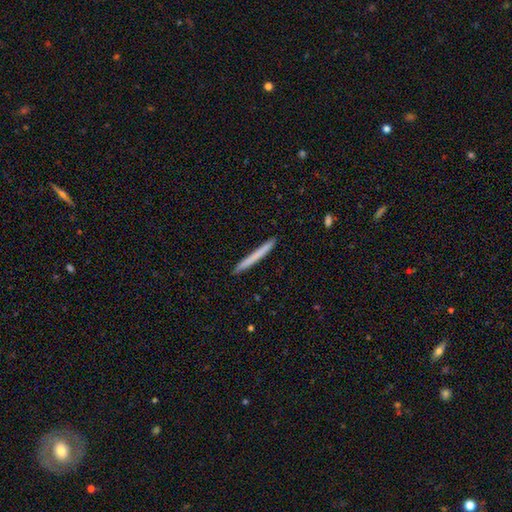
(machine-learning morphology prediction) Q: Smooth or featured?
A: smooth (67%); runner-up: featured or disk (27%)
Q: How rounded?
A: cigar-shaped (97%); runner-up: in between (1%)
Q: Merging?
A: none (92%); runner-up: minor disturbance (5%)